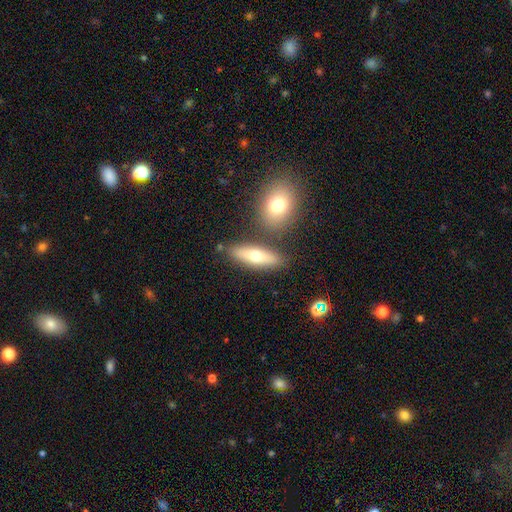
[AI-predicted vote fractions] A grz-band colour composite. It shows a smooth galaxy with no disk features (58%) that is cigar-shaped (48%, tied with in between). Merging: none (77%).